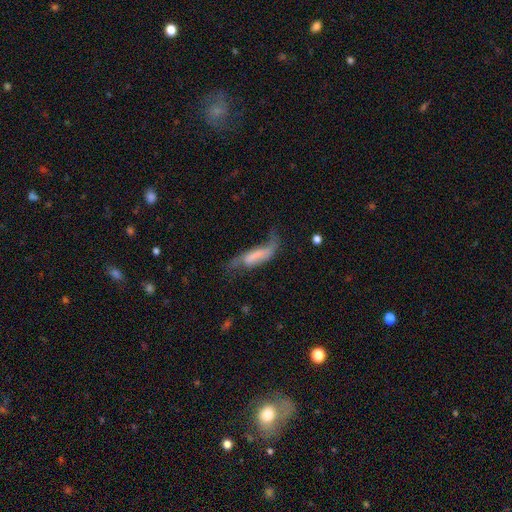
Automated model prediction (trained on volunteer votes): Smooth or featured? Predicted: featured or disk (p=0.49). Merging? Predicted: major disturbance (p=0.36).